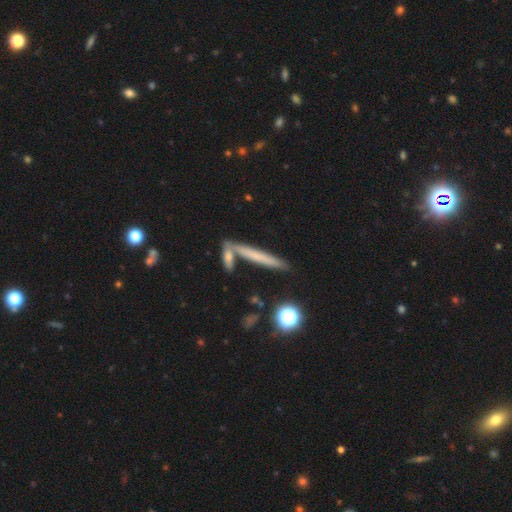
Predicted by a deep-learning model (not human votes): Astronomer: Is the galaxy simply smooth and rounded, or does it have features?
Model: smooth — 56% (runner-up: featured or disk, 34%).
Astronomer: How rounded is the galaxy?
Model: cigar-shaped — 91%.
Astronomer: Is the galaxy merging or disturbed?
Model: none — 72%.